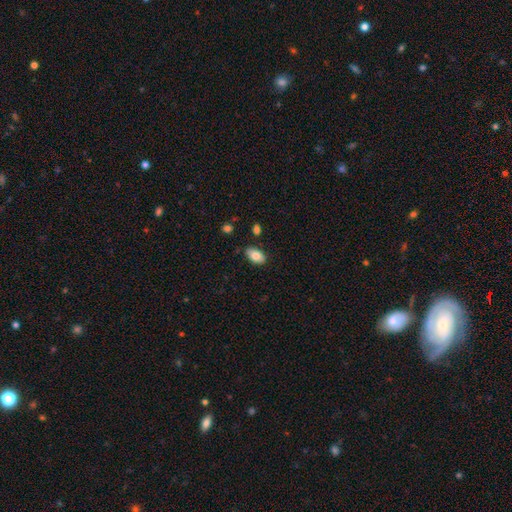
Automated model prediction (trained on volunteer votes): This is clearly a smooth galaxy (82%). How rounded: clearly in between (93%). Merging: clearly none (83%).